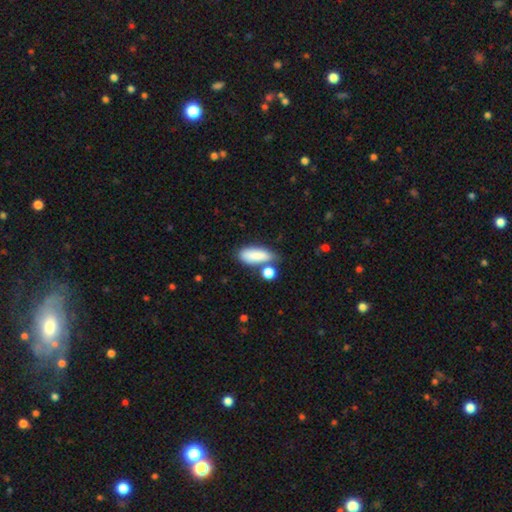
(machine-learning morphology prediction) type=smooth (84%); roundness=in between (71%); merging=none (54%).